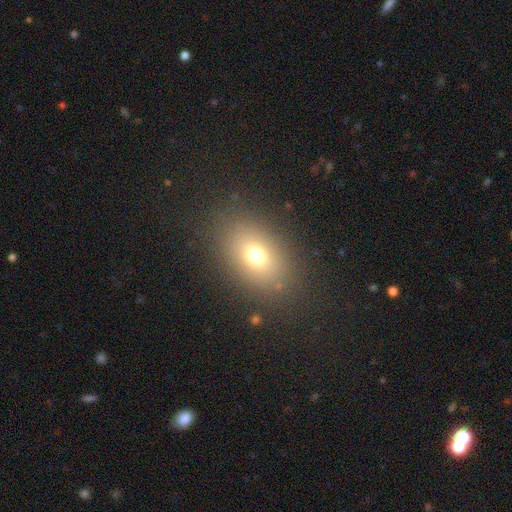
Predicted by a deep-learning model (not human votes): A smooth galaxy with no disk features (71%) that is in between round and cigar-shaped (76%). Merging: none (83%).